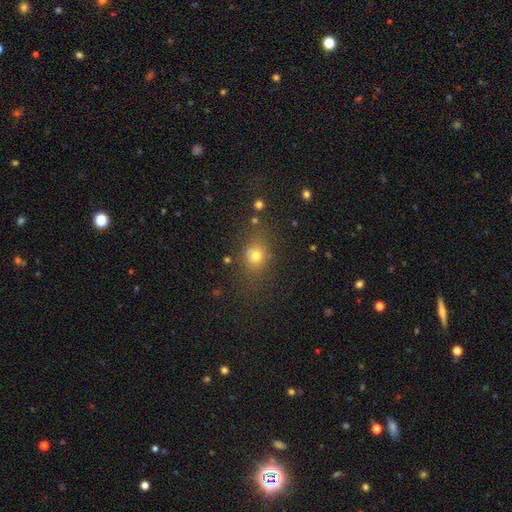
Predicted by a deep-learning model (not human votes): Smooth or featured: smooth — 70% (star or artifact — 19%)
How rounded: round — 61% (in between — 36%)
Merging: none — 70% (minor disturbance — 16%)